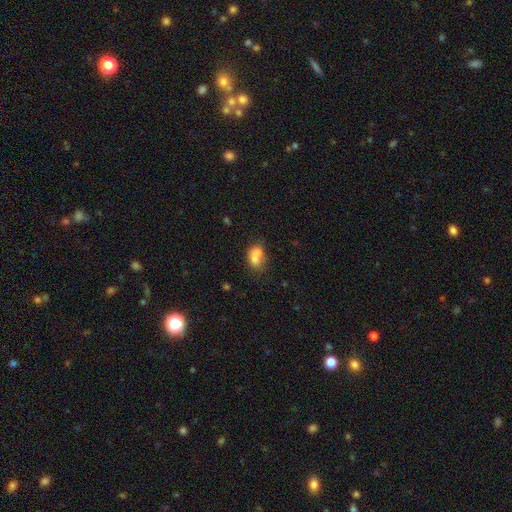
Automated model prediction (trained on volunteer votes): Morphology: type=smooth (72%); roundness=in between (71%); merging=merger (51%).